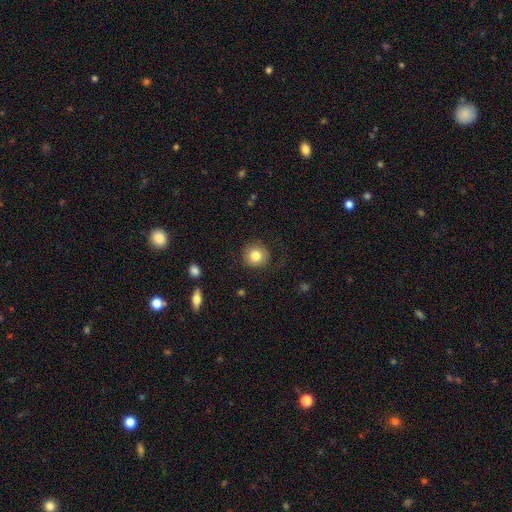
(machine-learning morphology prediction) Overall: smooth (81%). How rounded: round (92%). Merging: none (80%).